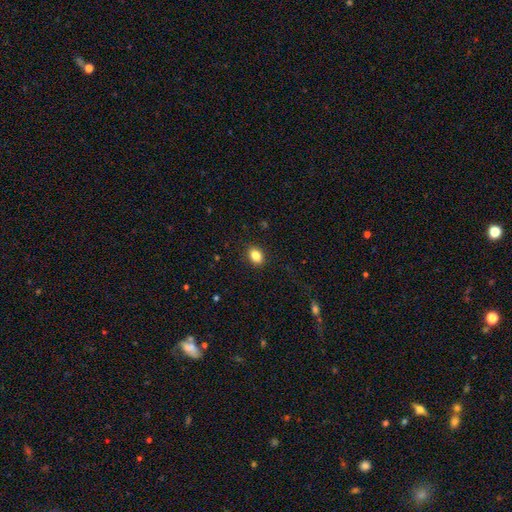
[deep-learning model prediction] A smooth galaxy with no disk features (85%) that is in between round and cigar-shaped (70%).

Vote fractions:
- Smooth or featured? smooth: 85% / star or artifact: 10% / featured or disk: 5%
- How rounded? in between: 70% / round: 29% / cigar-shaped: 1%
- Merging? none: 89% / minor disturbance: 8% / major disturbance: 2% / merger: 1%